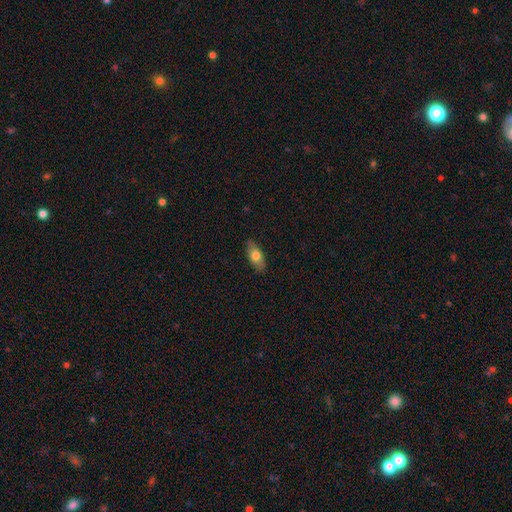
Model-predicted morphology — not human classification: type=smooth (71%); roundness=in between (86%); merging=none (85%).